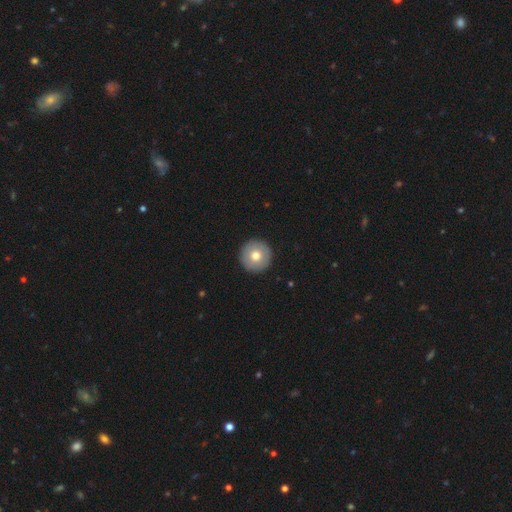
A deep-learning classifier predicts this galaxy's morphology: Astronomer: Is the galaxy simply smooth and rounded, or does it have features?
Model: smooth — 73%.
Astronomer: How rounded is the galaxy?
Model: round — 97%.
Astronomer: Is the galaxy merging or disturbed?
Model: none — 93%.